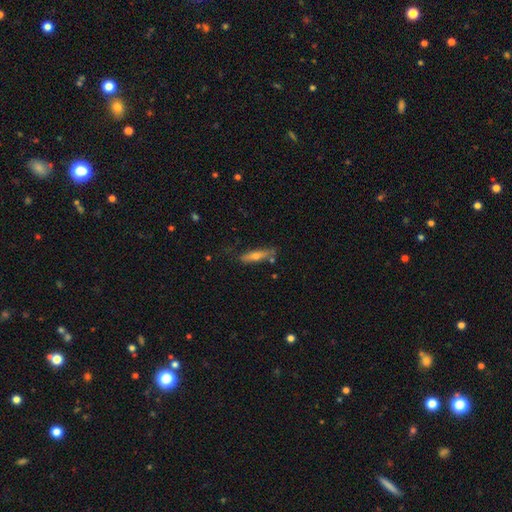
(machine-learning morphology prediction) Overall: smooth (49%; featured or disk 43%). Merging: none (71%).